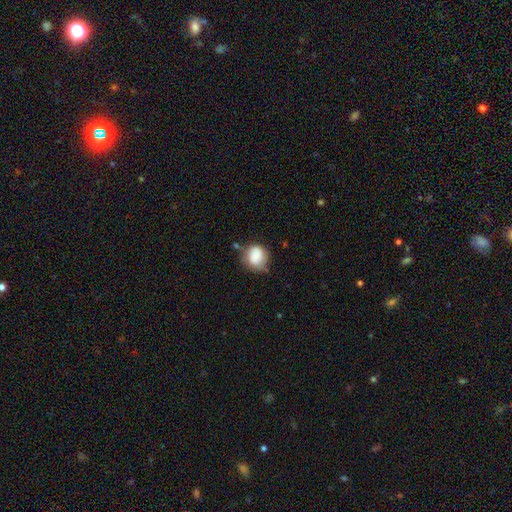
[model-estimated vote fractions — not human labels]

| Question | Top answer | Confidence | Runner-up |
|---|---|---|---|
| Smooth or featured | smooth | 84% | star or artifact (8%) |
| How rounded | round | 72% | in between (27%) |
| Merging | none | 53% | minor disturbance (31%) |